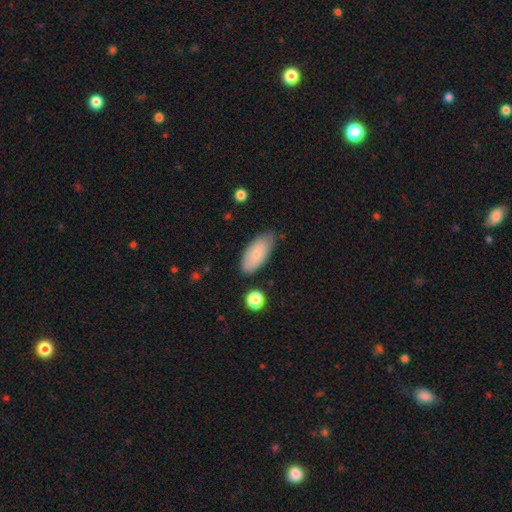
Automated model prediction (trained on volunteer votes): Morphology: type=smooth (80%); roundness=in between (89%); merging=none (73%).